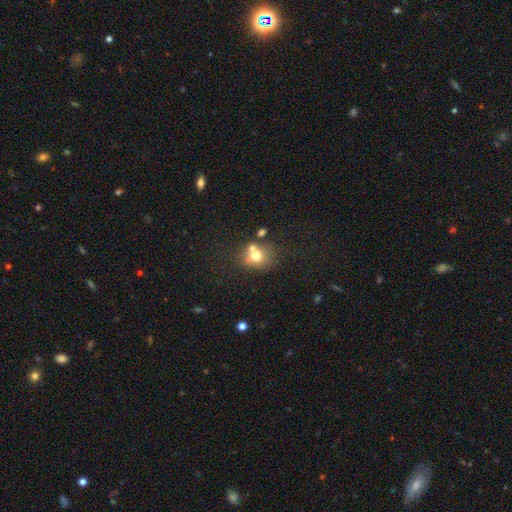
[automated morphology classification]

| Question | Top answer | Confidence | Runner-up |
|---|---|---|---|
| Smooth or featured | smooth | 68% | featured or disk (18%) |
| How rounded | round | 72% | in between (28%) |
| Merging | none | 51% | merger (31%) |